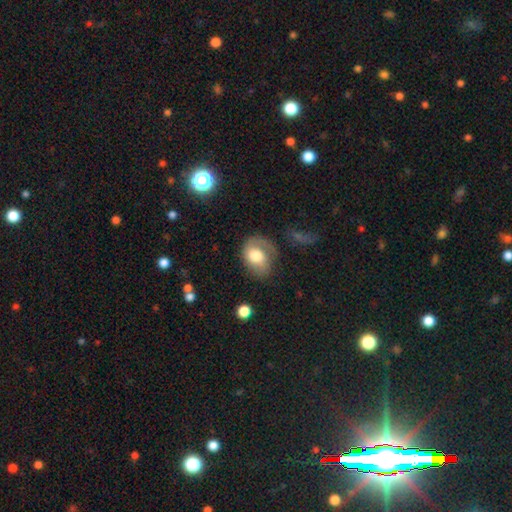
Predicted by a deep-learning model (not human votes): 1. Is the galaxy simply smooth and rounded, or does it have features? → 51% smooth, 41% featured or disk, 8% star or artifact.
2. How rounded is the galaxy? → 60% in between, 39% round, 1% cigar-shaped.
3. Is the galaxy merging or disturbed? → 49% none, 27% minor disturbance, 20% major disturbance, 3% merger.